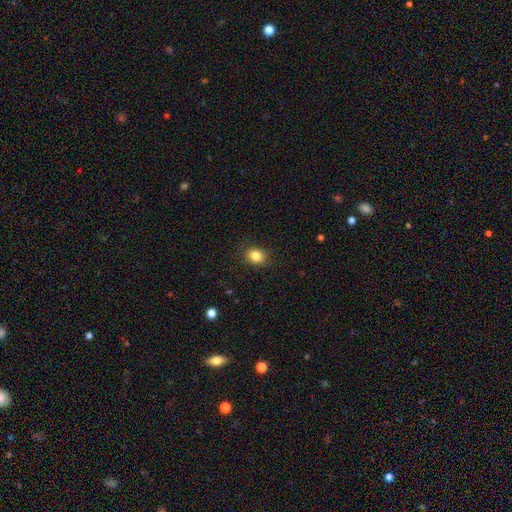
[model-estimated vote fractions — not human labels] A smooth galaxy with no disk features (84%) that is round (58%).

Vote fractions:
- Smooth or featured? smooth: 84% / star or artifact: 10% / featured or disk: 5%
- How rounded? round: 58% / in between: 41% / cigar-shaped: 1%
- Merging? none: 88% / minor disturbance: 9% / major disturbance: 3% / merger: 1%